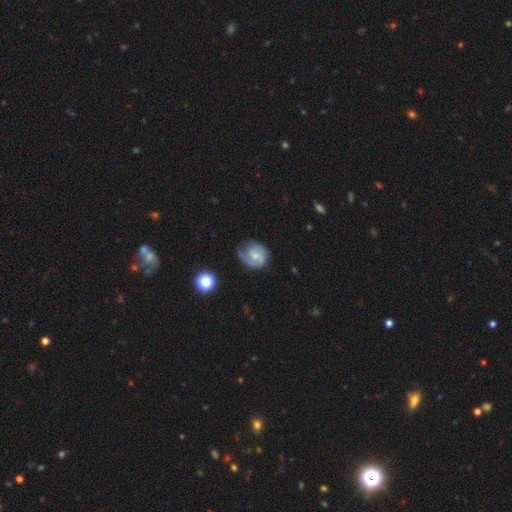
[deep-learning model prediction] smooth-or-featured: featured or disk: 56% | smooth: 36% | star or artifact: 8%
  disk-edge-on: no: 98% | yes: 2%
    bar: no: 70% | weak: 26% | strong: 4%
    has-spiral-arms: yes: 86% | no: 14%
    bulge-size: small: 55% | moderate: 32% | none: 8% | large: 3% | dominant: 1%
  merging: none: 48% | minor disturbance: 31% | major disturbance: 19% | merger: 2%